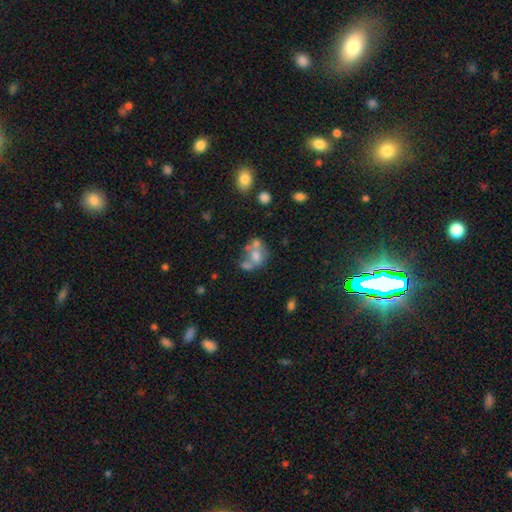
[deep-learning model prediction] smooth_or_featured: smooth (p=0.50) [alt: featured or disk p=0.38]
merging: merger (p=0.44) [alt: none p=0.28]